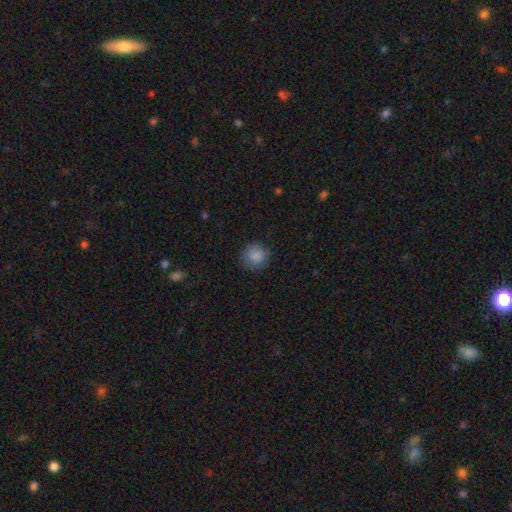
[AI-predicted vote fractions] This is clearly a smooth galaxy (86%). How rounded: clearly round (92%). Merging: clearly none (84%).